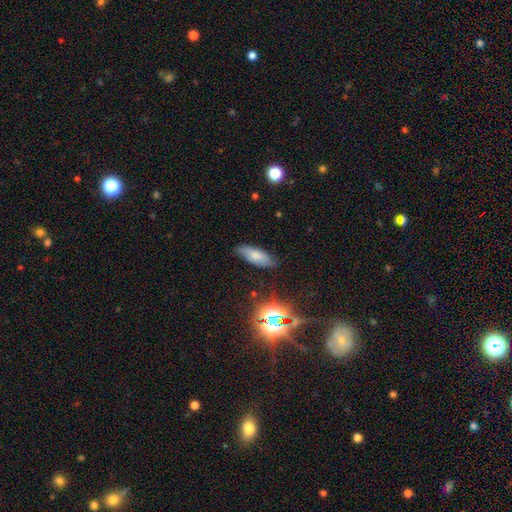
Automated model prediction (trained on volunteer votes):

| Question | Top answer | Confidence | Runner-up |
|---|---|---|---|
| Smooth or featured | smooth | 73% | featured or disk (15%) |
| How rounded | in between | 68% | cigar-shaped (30%) |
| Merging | none | 80% | minor disturbance (15%) |